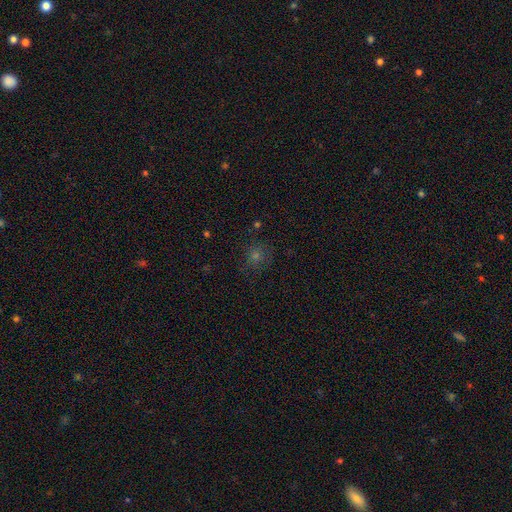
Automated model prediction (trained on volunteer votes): smooth-or-featured: smooth: 55% | star or artifact: 34% | featured or disk: 12%
  how-rounded: round: 87% | in between: 12% | cigar-shaped: 1%
  merging: none: 81% | minor disturbance: 12% | major disturbance: 5% | merger: 2%